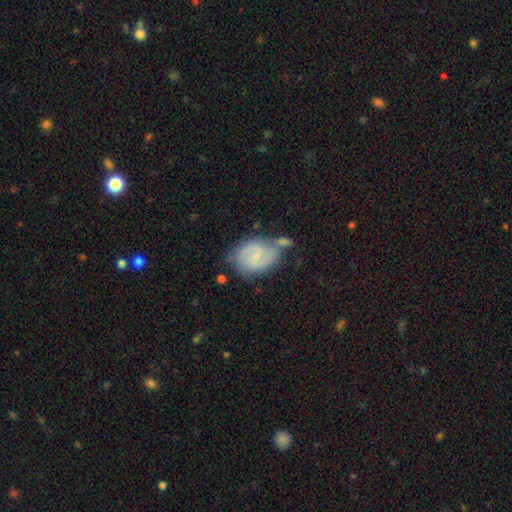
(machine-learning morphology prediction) The model was most divided on "spiral winding": medium: 45%, tight: 36%, loose: 19%. Remaining: edge-on disk — no (97%); spiral arms — yes (87%); spiral arm count — 2 (75%); bulge size — small (63%); smooth or featured — featured or disk (60%); bar — weak (52%); merging — none (43%).